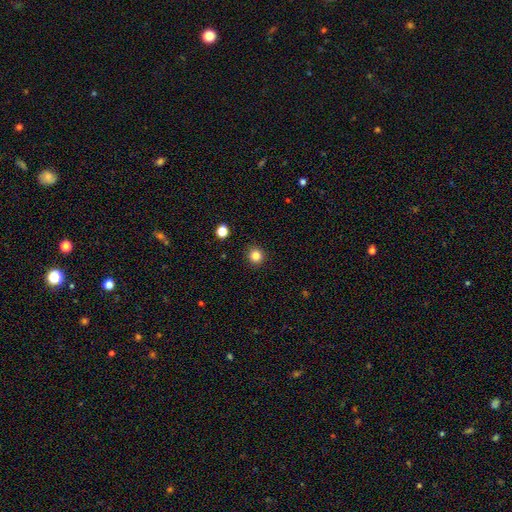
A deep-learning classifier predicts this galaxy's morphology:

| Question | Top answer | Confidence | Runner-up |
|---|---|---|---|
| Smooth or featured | smooth | 83% | star or artifact (12%) |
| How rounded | round | 94% | in between (6%) |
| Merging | none | 92% | minor disturbance (5%) |